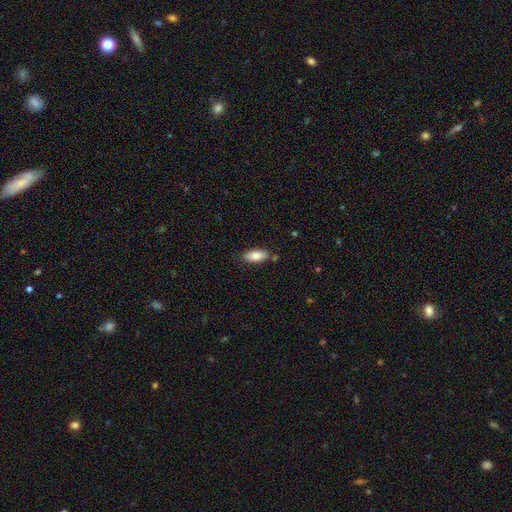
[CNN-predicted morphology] Smooth or featured: smooth — 82% (featured or disk — 11%)
How rounded: in between — 86% (cigar-shaped — 12%)
Merging: none — 81% (minor disturbance — 13%)